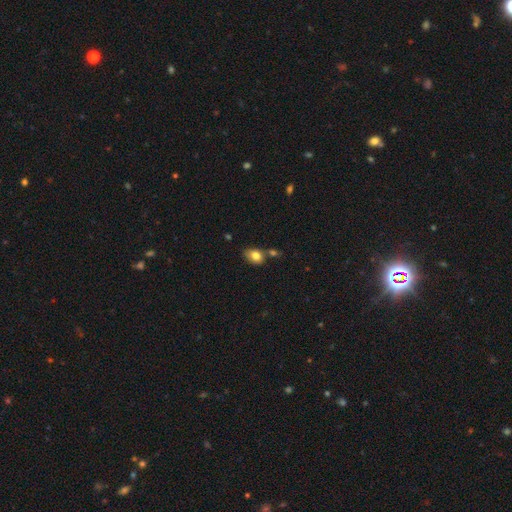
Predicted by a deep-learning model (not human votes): The model was most divided on "merging": none: 57%, merger: 21%, minor disturbance: 17%, major disturbance: 5%. More confident: smooth or featured — smooth (81%); how rounded — in between (75%).